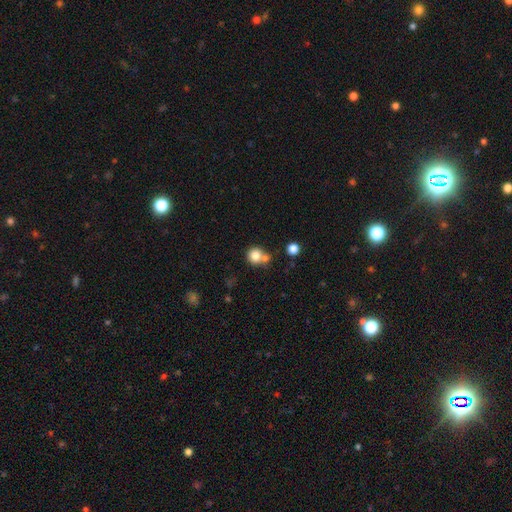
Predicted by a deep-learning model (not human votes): Smooth or featured? Predicted: smooth (p=0.79). How rounded? Predicted: round (p=0.87). Merging? Predicted: none (p=0.48).